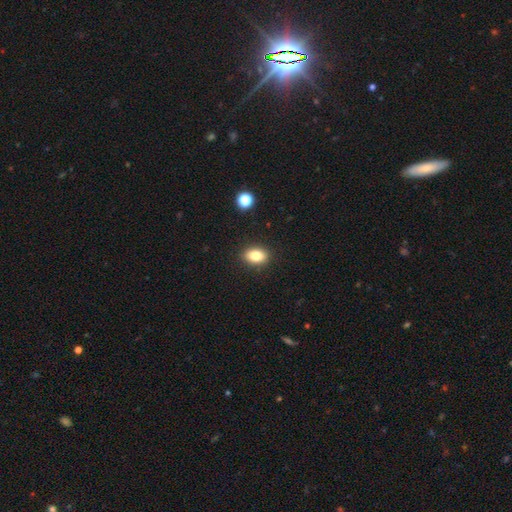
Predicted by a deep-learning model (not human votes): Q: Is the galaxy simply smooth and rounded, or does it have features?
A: smooth — 81%.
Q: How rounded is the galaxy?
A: in between — 80%.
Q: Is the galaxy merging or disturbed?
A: none — 89%.